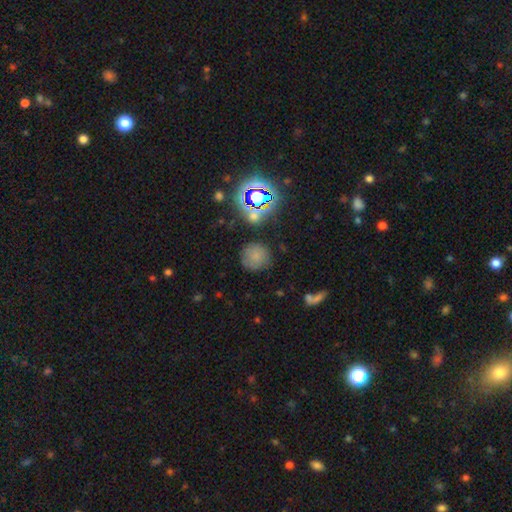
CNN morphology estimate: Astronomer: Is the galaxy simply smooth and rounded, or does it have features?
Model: smooth — 69%.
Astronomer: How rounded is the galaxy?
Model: round — 91%.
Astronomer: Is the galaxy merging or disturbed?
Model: none — 77%.